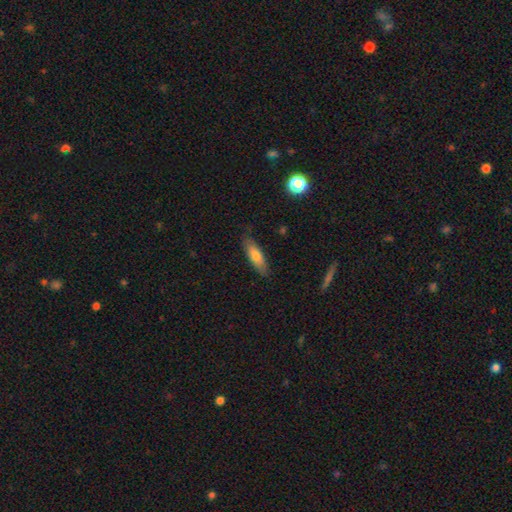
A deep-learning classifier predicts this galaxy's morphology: This appears to be a smooth galaxy with no disk features (72%) that is in between round and cigar-shaped (57%). Merging: none (81%).